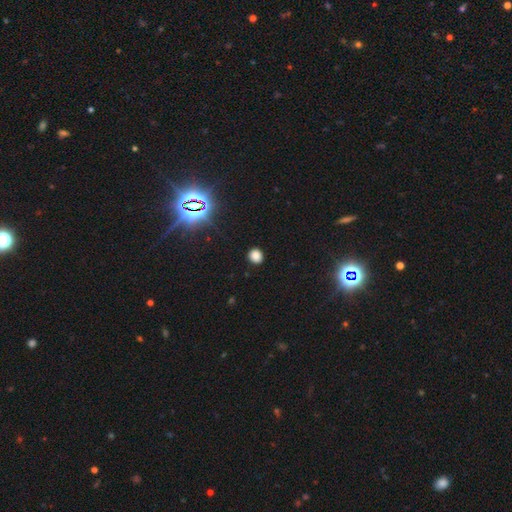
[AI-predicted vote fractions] Smooth or featured: smooth — 79% (star or artifact — 17%)
How rounded: round — 76% (in between — 23%)
Merging: none — 89% (minor disturbance — 7%)